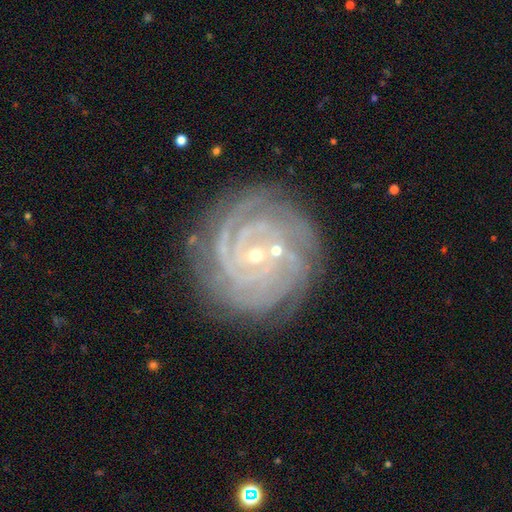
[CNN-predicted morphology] Smooth or featured? featured or disk (88%)
Edge-on disk? no (97%)
Bar? no (61%)
Spiral arms? yes (98%)
Spiral winding? tight (85%)
Spiral arm count? 4 (30%)
Bulge size? small (82%)
Merging? none (77%)